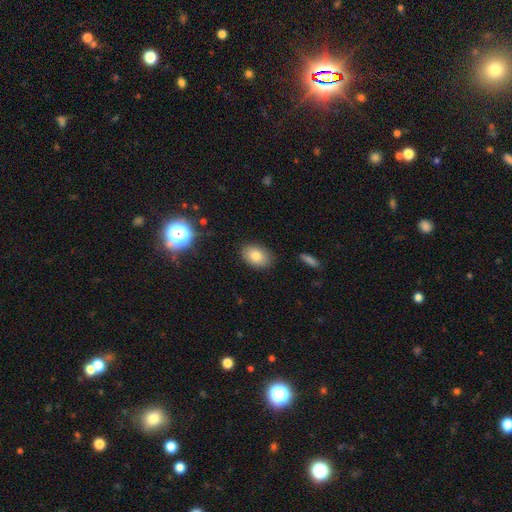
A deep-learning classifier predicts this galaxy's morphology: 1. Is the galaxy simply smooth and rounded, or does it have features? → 81% smooth, 10% featured or disk, 10% star or artifact.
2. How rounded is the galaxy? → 83% in between, 16% round, 1% cigar-shaped.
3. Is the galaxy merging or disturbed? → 85% none, 11% minor disturbance, 3% major disturbance, 1% merger.